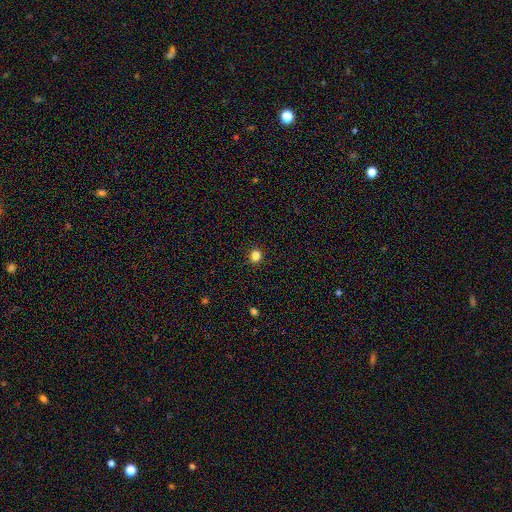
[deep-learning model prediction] Smooth or featured?
  - smooth: 83% *
  - star or artifact: 13%
  - featured or disk: 4%
How rounded?
  - round: 83% *
  - in between: 16%
  - cigar-shaped: 1%
Merging?
  - none: 91% *
  - minor disturbance: 6%
  - major disturbance: 2%
  - merger: 1%